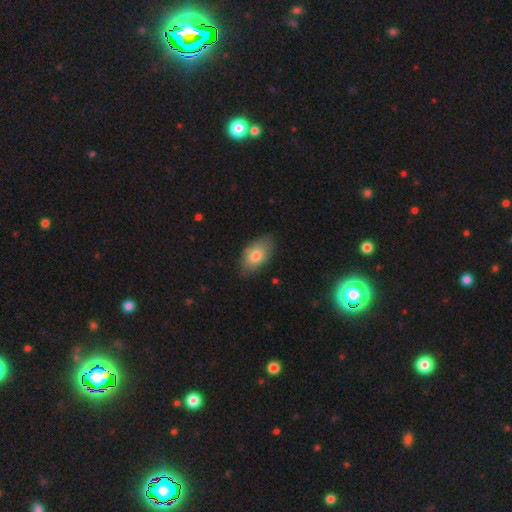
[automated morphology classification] Overall: smooth (80%). How rounded: in between (92%). Merging: none (77%).